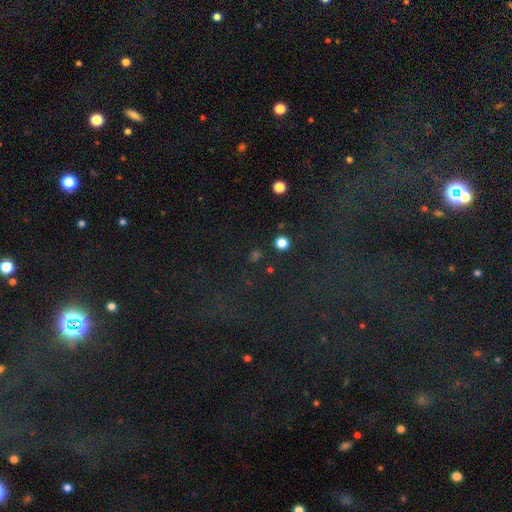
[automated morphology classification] This is possibly a star or artifact rather than a galaxy (56%).